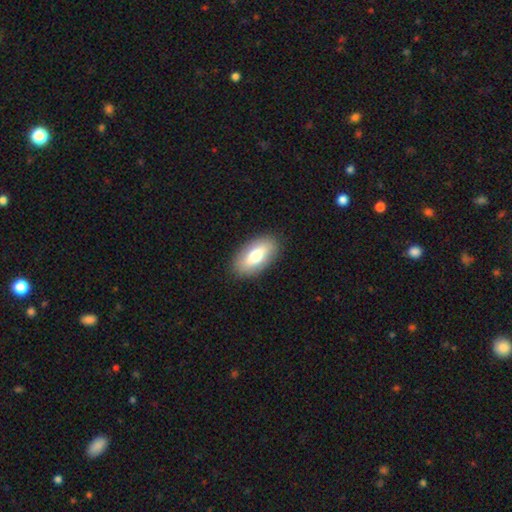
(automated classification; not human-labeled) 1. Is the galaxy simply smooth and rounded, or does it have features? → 69% smooth, 24% featured or disk, 7% star or artifact.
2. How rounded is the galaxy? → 91% in between, 5% cigar-shaped, 4% round.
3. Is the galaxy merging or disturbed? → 88% none, 9% minor disturbance, 3% major disturbance, 1% merger.